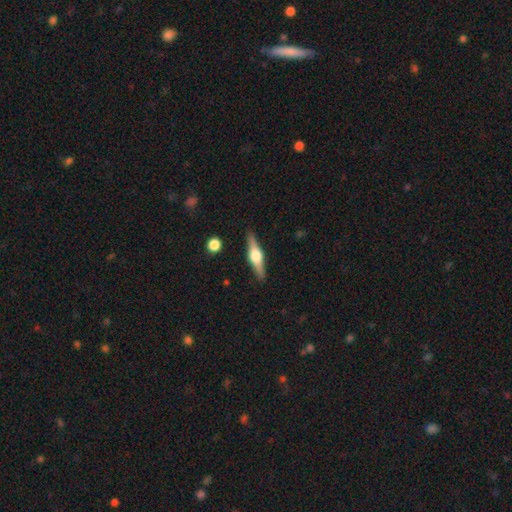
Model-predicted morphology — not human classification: Smooth or featured? Predicted: featured or disk (p=0.73). Edge-on disk? Predicted: yes (p=0.98). Edge-on bulge? Predicted: rounded (p=0.94). Merging? Predicted: none (p=0.89).